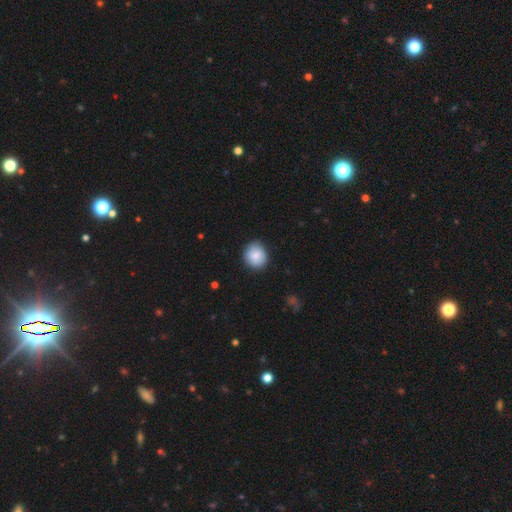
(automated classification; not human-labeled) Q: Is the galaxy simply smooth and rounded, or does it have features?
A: smooth — 86%.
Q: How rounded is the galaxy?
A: round — 83%.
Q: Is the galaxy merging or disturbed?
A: none — 85%.